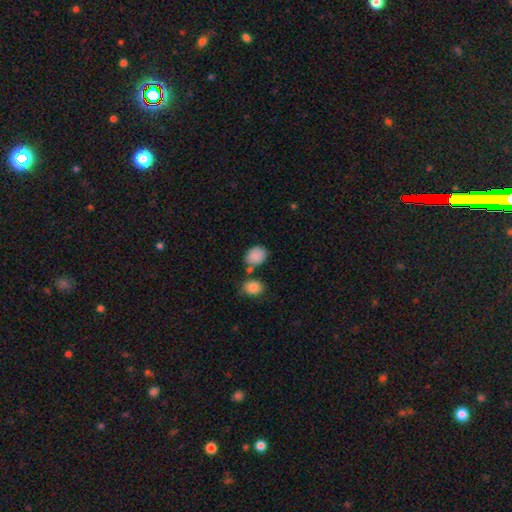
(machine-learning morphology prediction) This is clearly a smooth galaxy (87%). How rounded: likely in between (61%). Merging: likely none (65%).